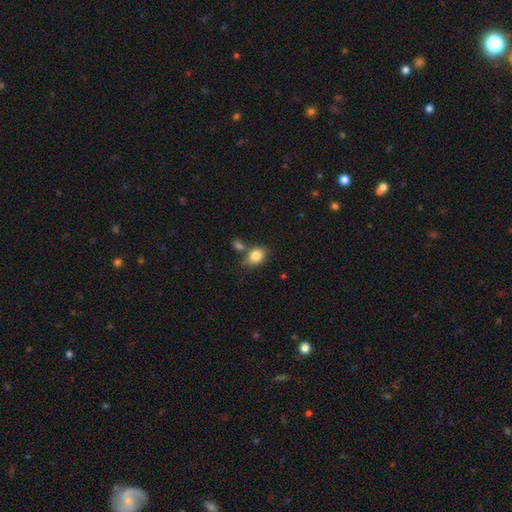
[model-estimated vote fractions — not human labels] Overall: smooth (83%). How rounded: in between (57%; round 42%). Merging: none (57%; merger 20%).